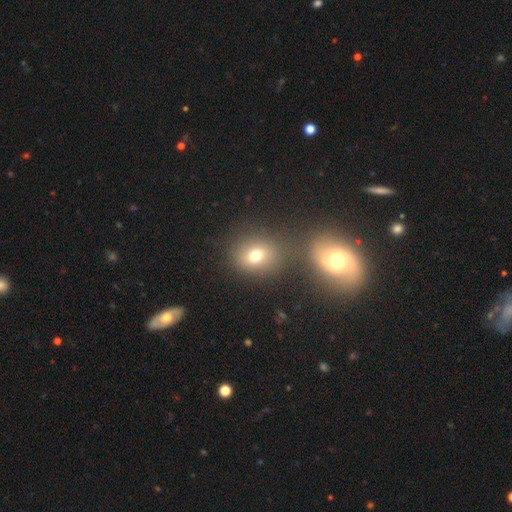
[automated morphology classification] The model was most divided on "how rounded": round: 60%, in between: 38%, cigar-shaped: 1%. More confident: smooth or featured — smooth (71%); merging — none (68%).